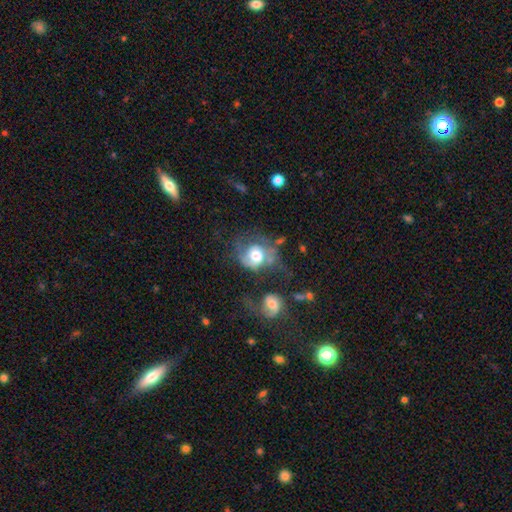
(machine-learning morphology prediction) Q: Smooth or featured?
A: featured or disk (55%); runner-up: smooth (36%)
Q: Edge-on disk?
A: no (97%); runner-up: yes (3%)
Q: Bar?
A: no (72%); runner-up: weak (22%)
Q: Spiral arms?
A: yes (72%); runner-up: no (28%)
Q: Bulge size?
A: moderate (51%); runner-up: large (38%)
Q: Merging?
A: major disturbance (34%); runner-up: none (32%)